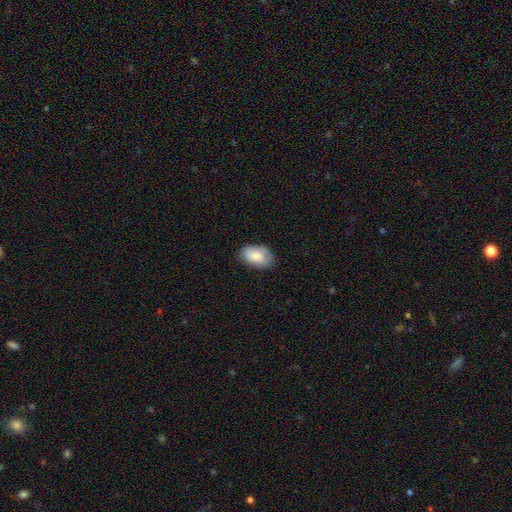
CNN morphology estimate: Smooth or featured: smooth — 84% (featured or disk — 9%)
How rounded: in between — 91% (round — 7%)
Merging: none — 75% (minor disturbance — 20%)